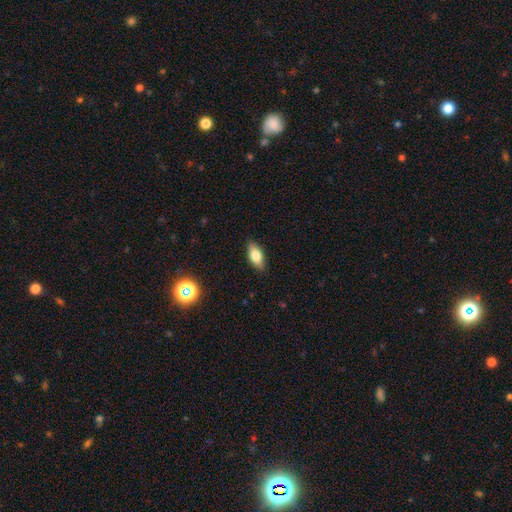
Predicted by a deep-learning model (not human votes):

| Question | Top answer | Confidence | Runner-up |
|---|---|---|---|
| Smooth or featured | smooth | 78% | featured or disk (15%) |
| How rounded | in between | 85% | cigar-shaped (11%) |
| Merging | none | 87% | minor disturbance (10%) |